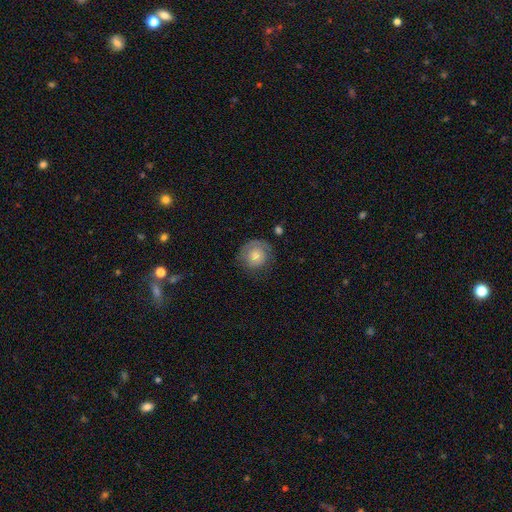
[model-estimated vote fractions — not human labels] A smooth galaxy with no disk features (57%) that is round (88%). Merging: none (71%).